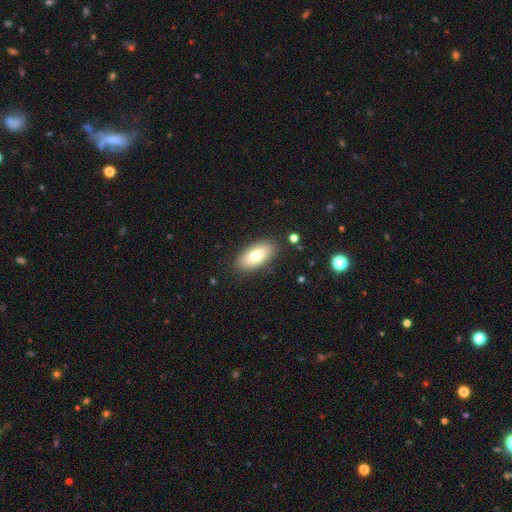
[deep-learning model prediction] Morphology: type=smooth (73%); roundness=in between (90%); merging=none (87%).